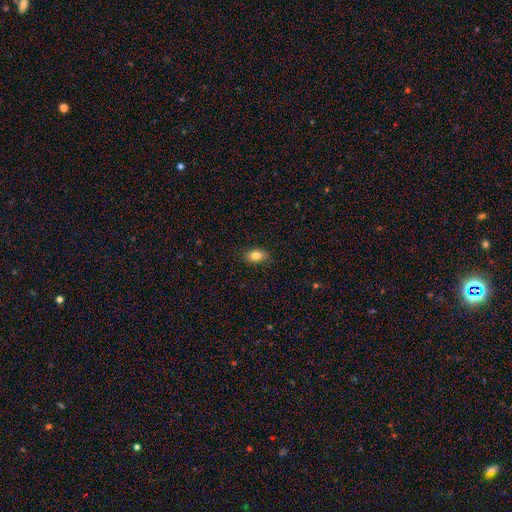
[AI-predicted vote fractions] Smooth or featured? smooth (82%)
How rounded? in between (85%)
Merging? none (85%)